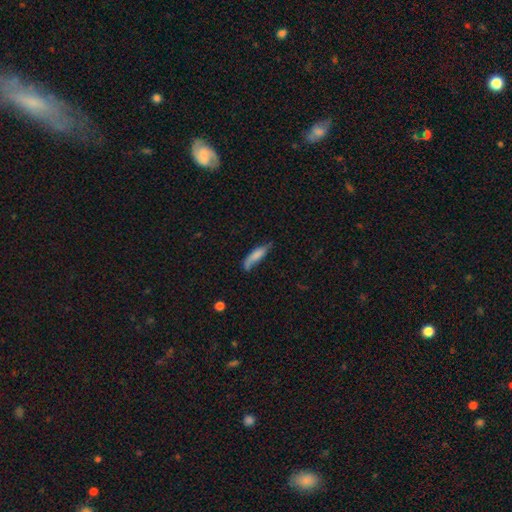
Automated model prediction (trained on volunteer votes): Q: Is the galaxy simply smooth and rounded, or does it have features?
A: smooth — 69%.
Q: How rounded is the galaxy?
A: cigar-shaped — 64%.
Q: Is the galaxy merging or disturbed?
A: none — 47%.